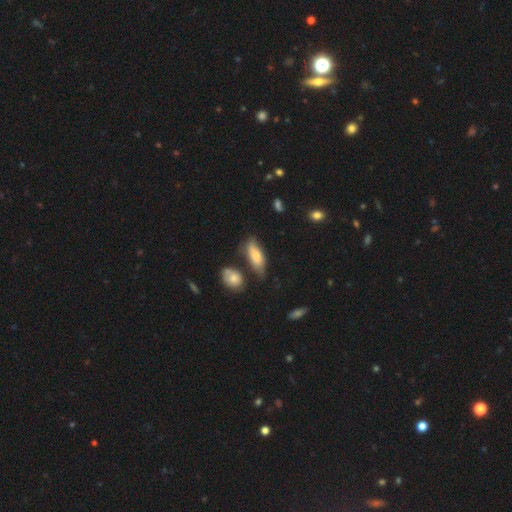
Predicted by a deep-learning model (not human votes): The model was most divided on "merging": none: 53%, minor disturbance: 27%, merger: 11%, major disturbance: 9%. More confident: how rounded — in between (74%); smooth or featured — smooth (70%).